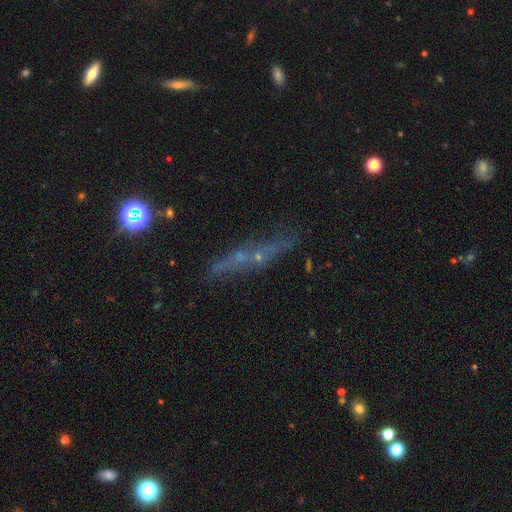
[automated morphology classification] A featured or disk galaxy (51%) viewed edge-on (77%).

Vote fractions:
- Smooth or featured? featured or disk: 51% / smooth: 29% / star or artifact: 20%
- Edge-on disk? yes: 77% / no: 23%
- Merging? none: 72% / minor disturbance: 16% / major disturbance: 7% / merger: 5%